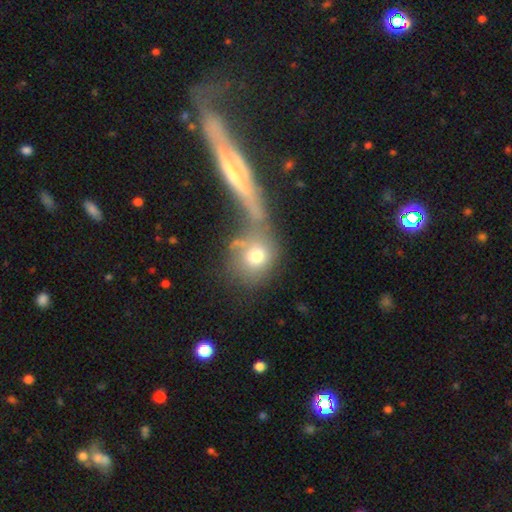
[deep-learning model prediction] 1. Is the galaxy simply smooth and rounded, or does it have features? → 69% smooth, 19% featured or disk, 12% star or artifact.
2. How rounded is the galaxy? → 73% round, 24% in between, 3% cigar-shaped.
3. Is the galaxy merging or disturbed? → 46% merger, 29% none, 15% major disturbance, 10% minor disturbance.